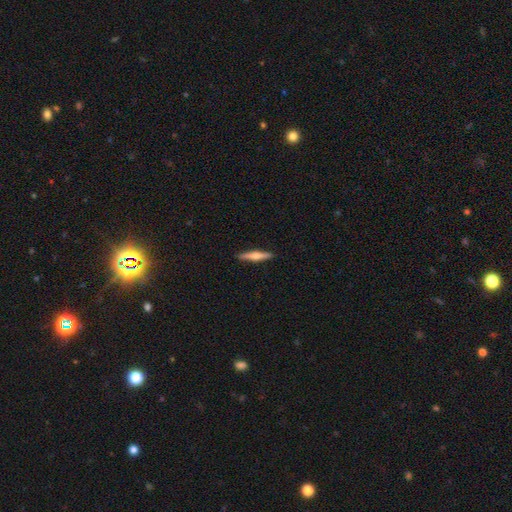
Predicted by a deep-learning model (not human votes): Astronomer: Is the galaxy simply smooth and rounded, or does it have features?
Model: featured or disk — 52% (runner-up: smooth, 42%).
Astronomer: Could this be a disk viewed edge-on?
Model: yes — 97%.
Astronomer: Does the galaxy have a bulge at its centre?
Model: rounded — 82%.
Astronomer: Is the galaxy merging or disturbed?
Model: none — 91%.